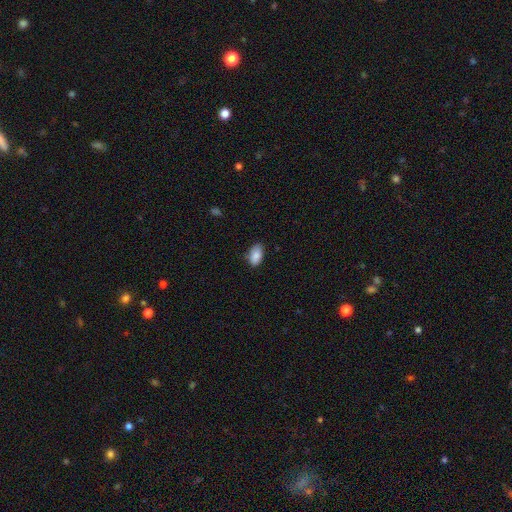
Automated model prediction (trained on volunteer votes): Smooth or featured: smooth — 87% (star or artifact — 7%)
How rounded: in between — 93% (round — 5%)
Merging: none — 78% (minor disturbance — 18%)